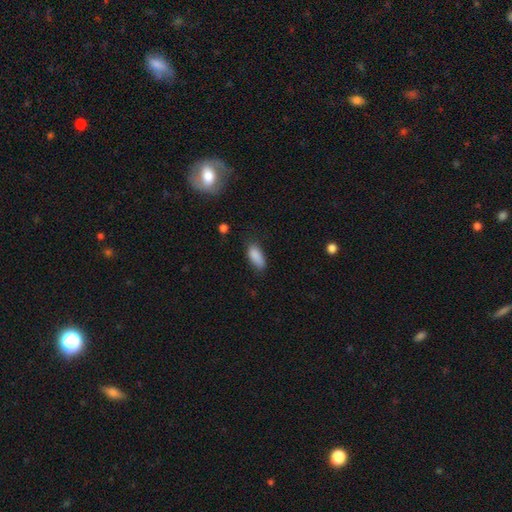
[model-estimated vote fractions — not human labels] Q: Smooth or featured?
A: smooth (87%); runner-up: star or artifact (8%)
Q: How rounded?
A: in between (83%); runner-up: cigar-shaped (15%)
Q: Merging?
A: none (68%); runner-up: minor disturbance (24%)